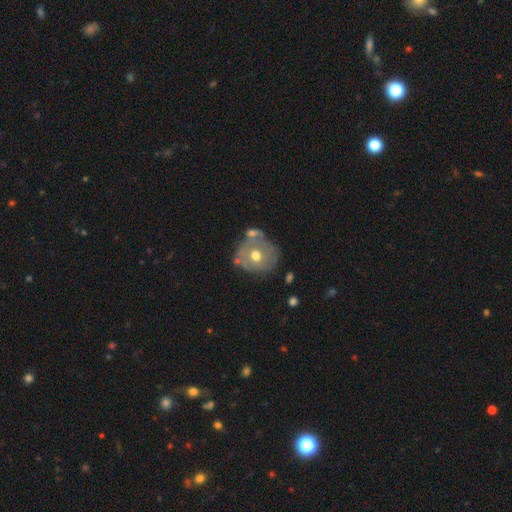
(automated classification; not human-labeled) featured or disk 55%, smooth 39%, star or artifact 7%. Down the decision tree: edge-on disk — no (96%); bar — no (87%); spiral arms — no (71%); bulge size — moderate (80%); merging — none (52%).